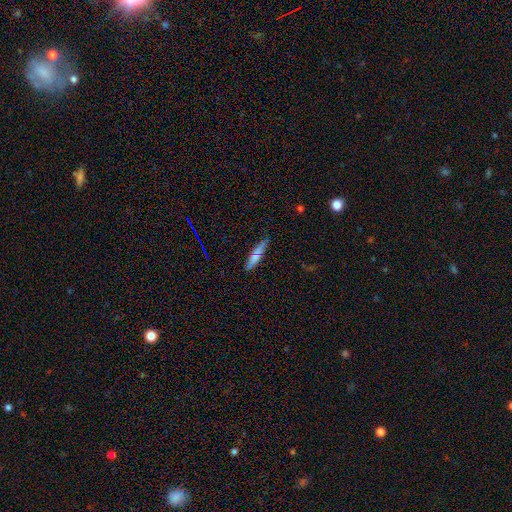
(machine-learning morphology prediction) type=smooth (68%); roundness=cigar-shaped (84%); merging=none (82%).